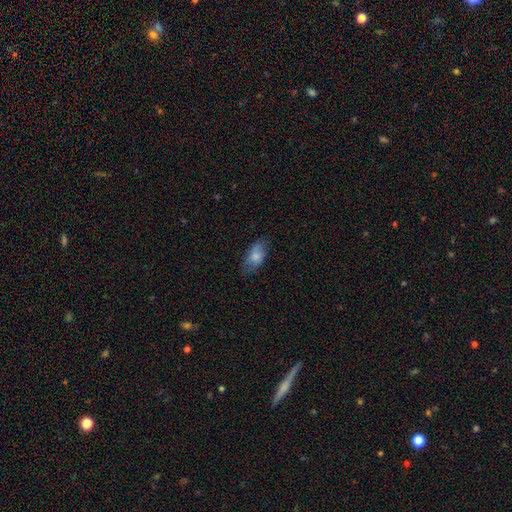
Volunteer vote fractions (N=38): A smooth galaxy with no disk features (76%) that is in between round and cigar-shaped (86%).

Vote fractions:
- Smooth or featured? smooth: 76% / featured or disk: 24% / star or artifact: 0%
- How rounded? in between: 86% / cigar-shaped: 10% / round: 3%
- Merging? none: 55% / minor disturbance: 32% / major disturbance: 13% / merger: 0%